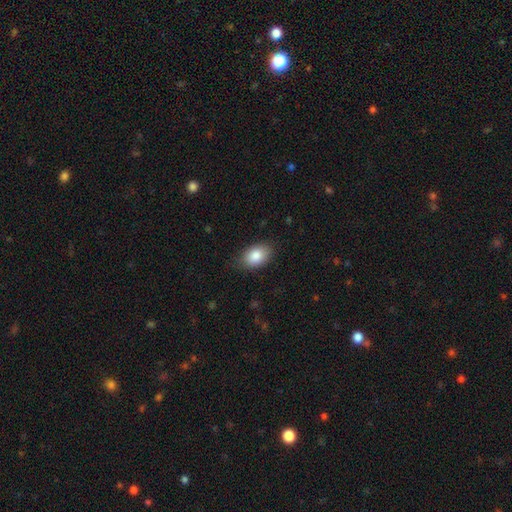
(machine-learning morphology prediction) Smooth or featured: smooth — 86% (featured or disk — 7%)
How rounded: in between — 87% (round — 12%)
Merging: none — 79% (minor disturbance — 17%)